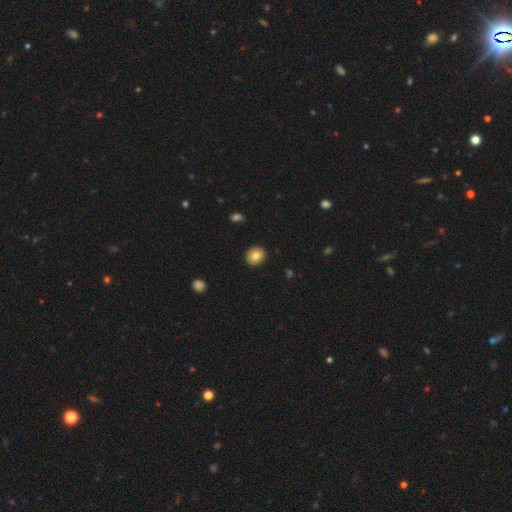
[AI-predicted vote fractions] The model was most divided on "how rounded": round: 76%, in between: 23%, cigar-shaped: 1%. More confident: merging — none (91%); smooth or featured — smooth (77%).